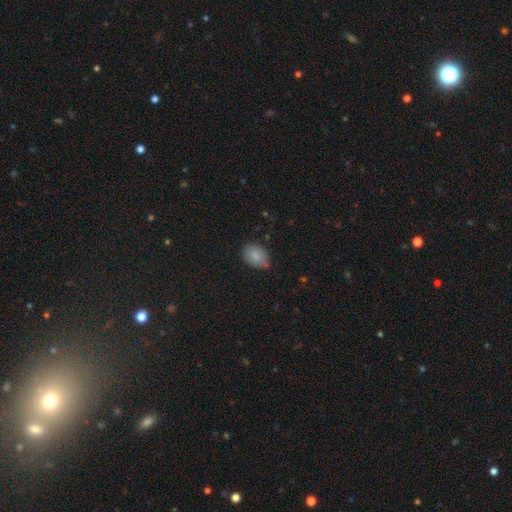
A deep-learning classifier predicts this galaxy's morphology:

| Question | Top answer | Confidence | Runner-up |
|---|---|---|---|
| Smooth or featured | smooth | 85% | star or artifact (8%) |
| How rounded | in between | 74% | round (25%) |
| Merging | none | 61% | minor disturbance (32%) |